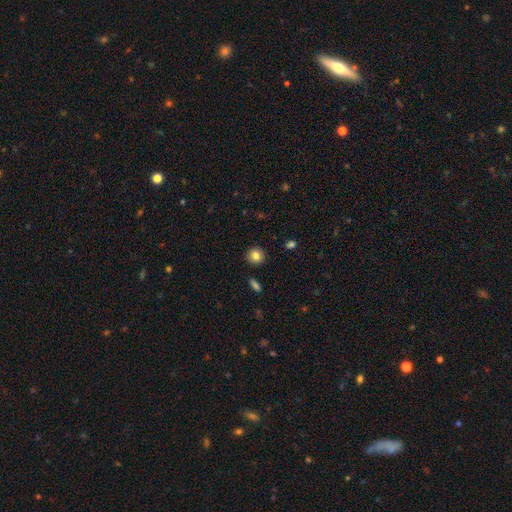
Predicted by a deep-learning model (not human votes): Overall: smooth (84%). How rounded: round (90%). Merging: none (91%).